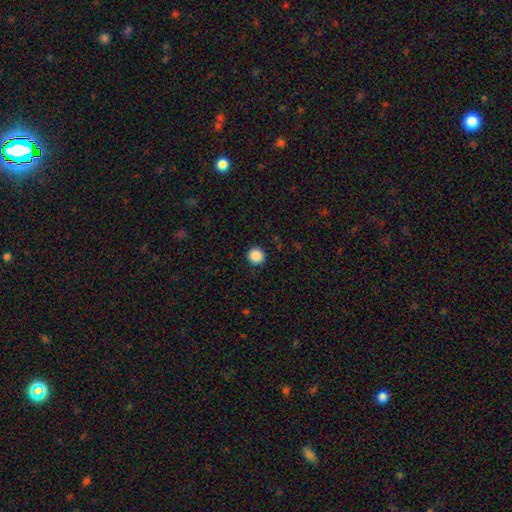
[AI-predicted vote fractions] This is clearly a smooth galaxy (89%). How rounded: clearly round (96%). Merging: clearly none (92%).